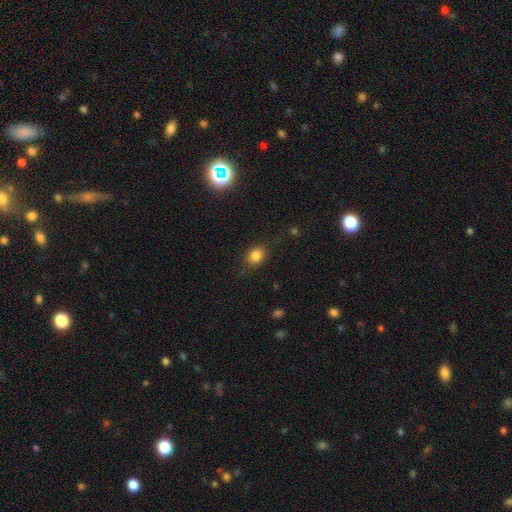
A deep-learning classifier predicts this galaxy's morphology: smooth 83%, star or artifact 11%, featured or disk 6%. Down the decision tree: how rounded — round (52%); merging — none (80%).